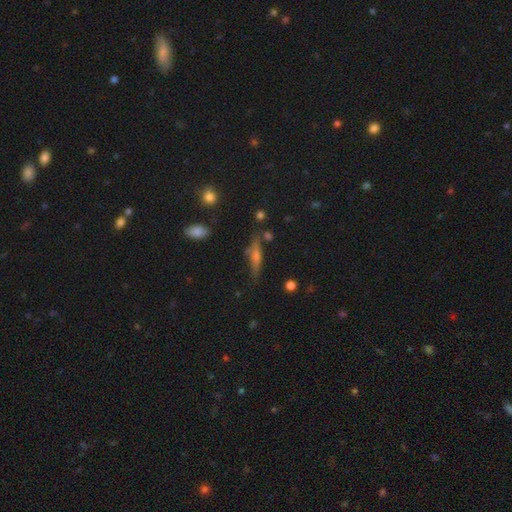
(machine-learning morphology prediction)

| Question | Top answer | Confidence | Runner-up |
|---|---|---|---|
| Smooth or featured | featured or disk | 46% | smooth (41%) |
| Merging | none | 72% | minor disturbance (18%) |